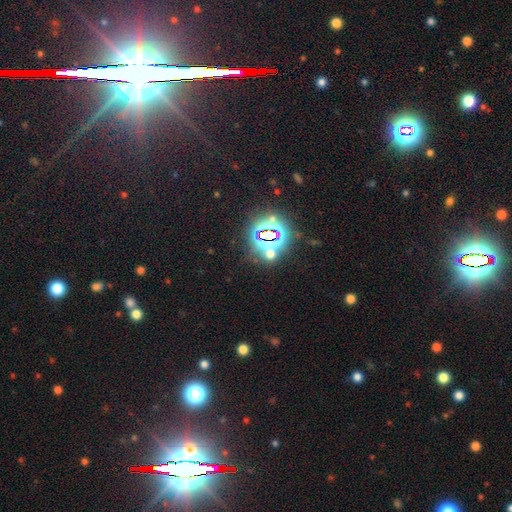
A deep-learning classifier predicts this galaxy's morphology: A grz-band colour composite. It shows a star or artifact, not a galaxy (76%).